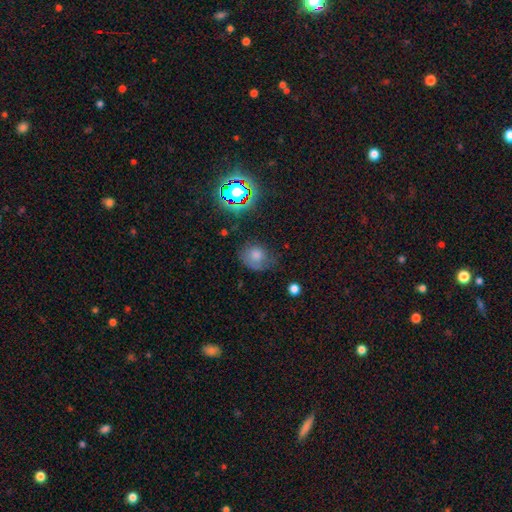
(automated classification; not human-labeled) This is likely a smooth galaxy (69%). How rounded: likely round (63%). Merging: possibly none (50%).